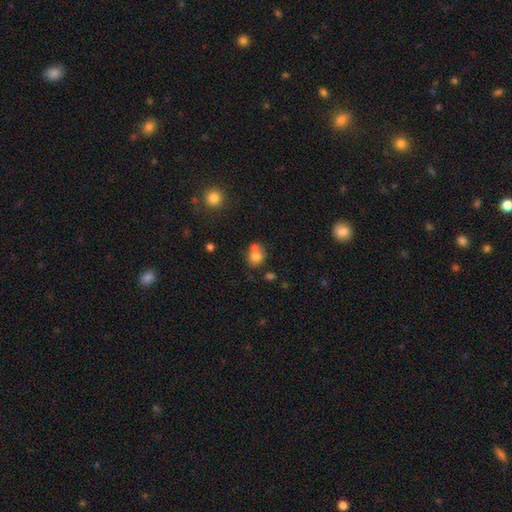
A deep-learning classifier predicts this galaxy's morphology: A smooth galaxy with no disk features (74%) that is round (69%). Merging: merger (43%).